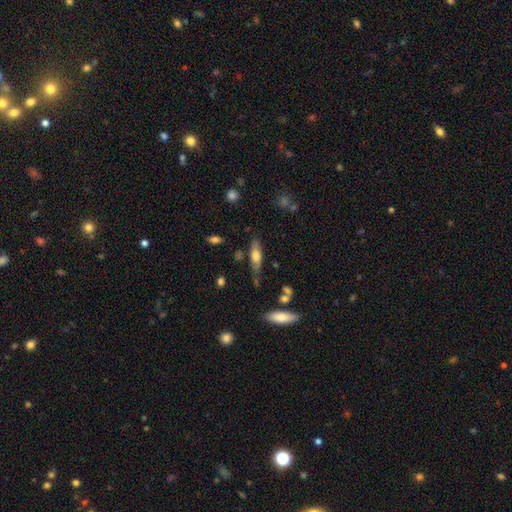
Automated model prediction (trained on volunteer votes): A smooth galaxy with no disk features (58%) that is cigar-shaped (55%).

Vote fractions:
- Smooth or featured? smooth: 58% / featured or disk: 35% / star or artifact: 7%
- How rounded? cigar-shaped: 55% / in between: 42% / round: 2%
- Merging? none: 65% / minor disturbance: 23% / merger: 6% / major disturbance: 6%